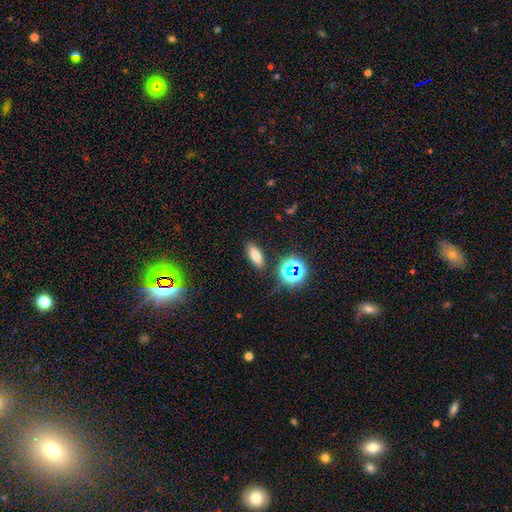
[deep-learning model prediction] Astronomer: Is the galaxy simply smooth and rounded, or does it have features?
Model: smooth — 70%.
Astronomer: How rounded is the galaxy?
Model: in between — 68%.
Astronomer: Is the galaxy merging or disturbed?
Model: none — 87%.